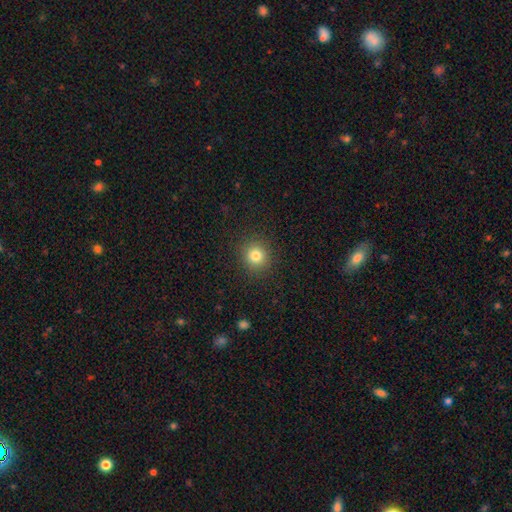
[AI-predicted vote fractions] Q: Smooth or featured?
A: smooth (81%); runner-up: star or artifact (13%)
Q: How rounded?
A: round (90%); runner-up: in between (9%)
Q: Merging?
A: none (91%); runner-up: minor disturbance (6%)